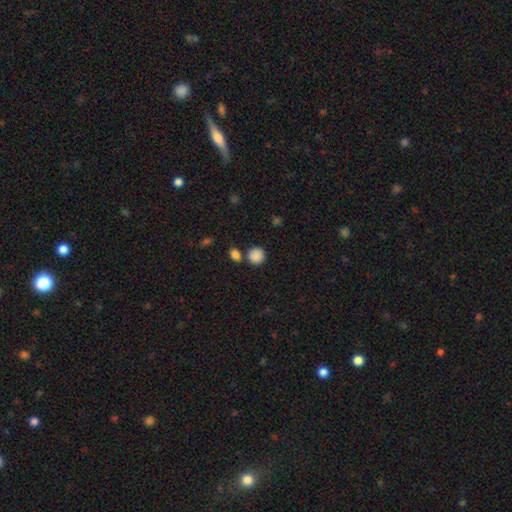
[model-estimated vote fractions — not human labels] smooth 87%, star or artifact 9%, featured or disk 3%. Down the decision tree: how rounded — round (88%); merging — none (73%).